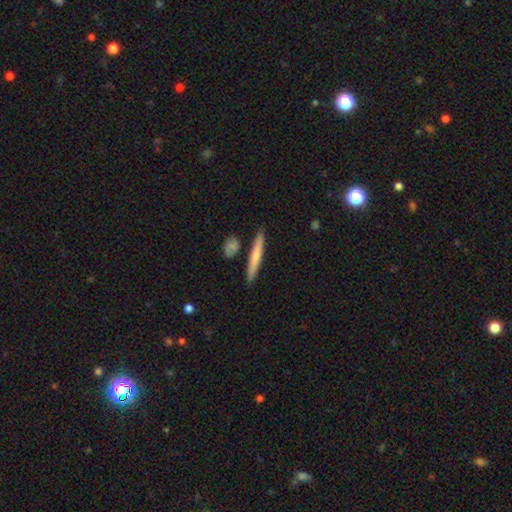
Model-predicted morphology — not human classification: The model was most divided on "smooth or featured": smooth: 63%, featured or disk: 32%, star or artifact: 5%. More confident: how rounded — cigar-shaped (95%); merging — none (85%).